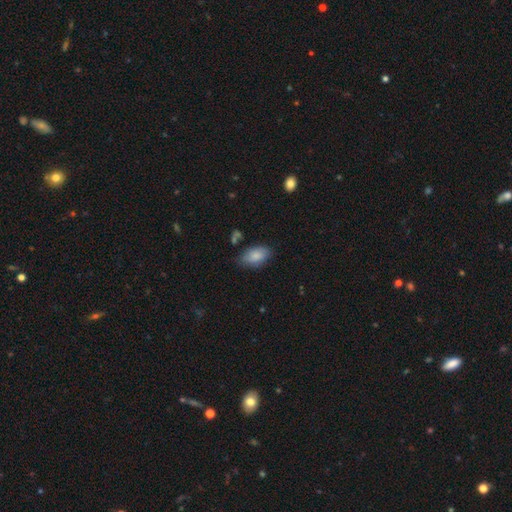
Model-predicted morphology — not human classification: smooth 83%, featured or disk 10%, star or artifact 7%. Down the decision tree: how rounded — in between (92%); merging — none (72%).